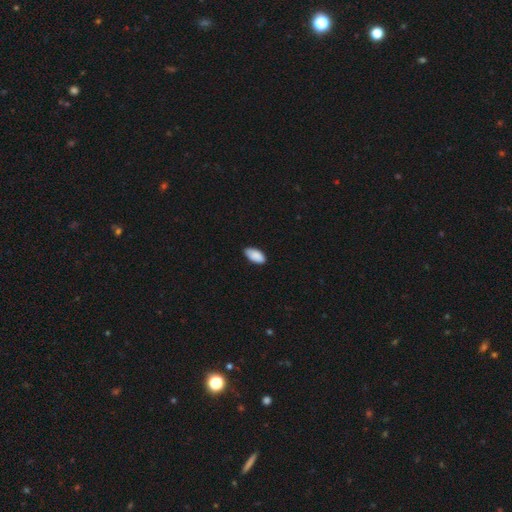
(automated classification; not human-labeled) Q: Smooth or featured?
A: smooth (90%); runner-up: star or artifact (6%)
Q: How rounded?
A: in between (94%); runner-up: cigar-shaped (4%)
Q: Merging?
A: none (82%); runner-up: minor disturbance (15%)